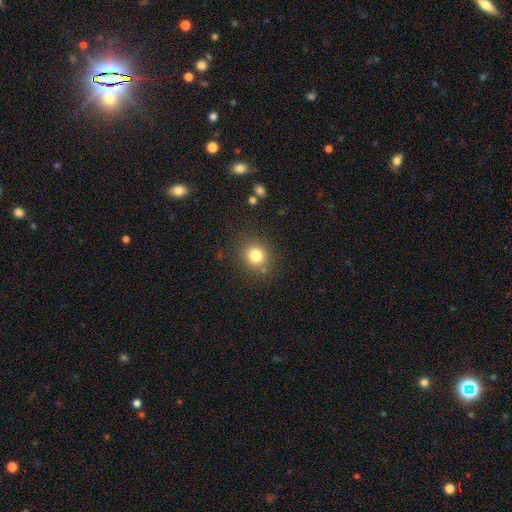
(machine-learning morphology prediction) Q: Smooth or featured?
A: smooth (80%); runner-up: star or artifact (13%)
Q: How rounded?
A: round (84%); runner-up: in between (15%)
Q: Merging?
A: none (84%); runner-up: minor disturbance (10%)